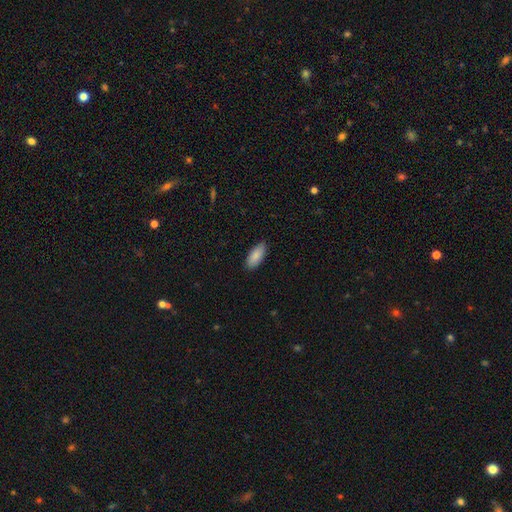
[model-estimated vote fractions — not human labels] This appears to be a smooth galaxy with no disk features (88%) that is in between round and cigar-shaped (85%). Merging: none (87%).